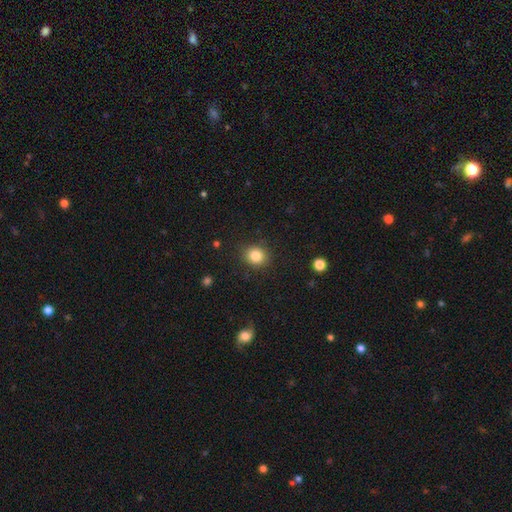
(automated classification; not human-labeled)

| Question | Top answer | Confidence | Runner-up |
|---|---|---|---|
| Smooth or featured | smooth | 83% | star or artifact (11%) |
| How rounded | round | 76% | in between (23%) |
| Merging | none | 88% | minor disturbance (8%) |